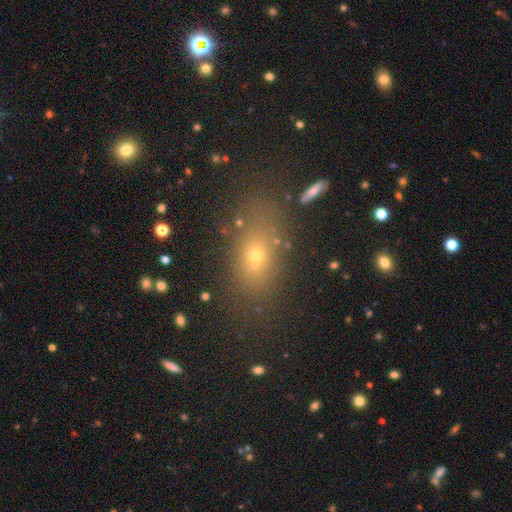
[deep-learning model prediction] Q: Smooth or featured?
A: smooth (59%); runner-up: star or artifact (26%)
Q: How rounded?
A: in between (72%); runner-up: round (19%)
Q: Merging?
A: none (81%); runner-up: minor disturbance (11%)